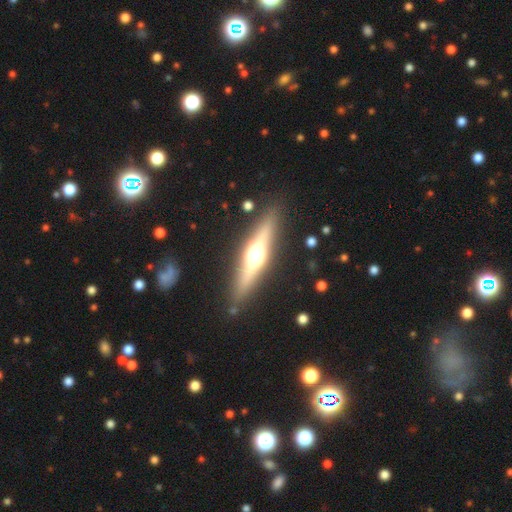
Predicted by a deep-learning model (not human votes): Smooth or featured? featured or disk (69%)
Edge-on disk? yes (95%)
Edge-on bulge? rounded (94%)
Merging? none (87%)